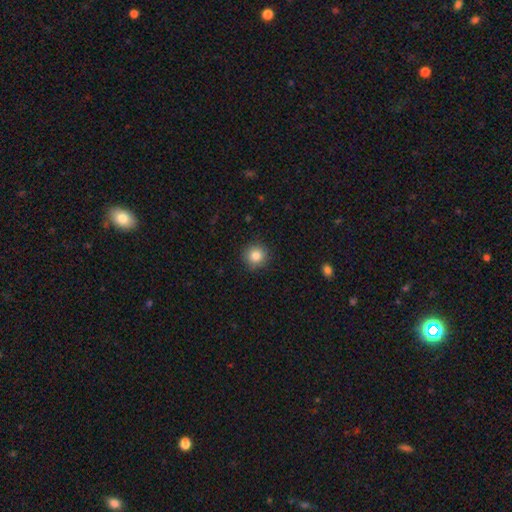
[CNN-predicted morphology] The model was most divided on "smooth or featured": smooth: 83%, star or artifact: 11%, featured or disk: 7%. More confident: how rounded — round (93%); merging — none (90%).